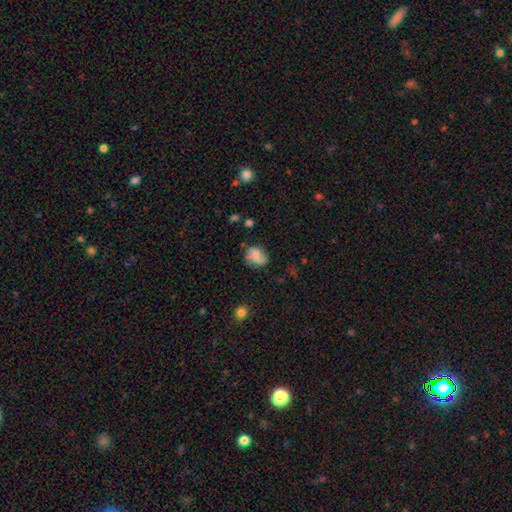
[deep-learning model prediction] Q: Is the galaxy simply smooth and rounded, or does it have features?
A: smooth — 59%.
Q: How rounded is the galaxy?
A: in between — 50%.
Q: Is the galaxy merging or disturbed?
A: none — 59%.